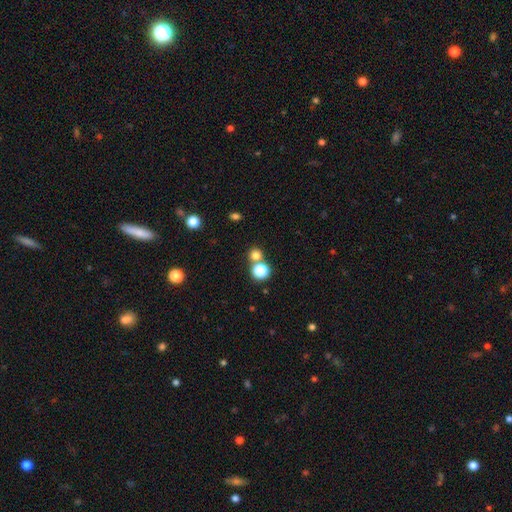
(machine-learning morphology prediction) smooth-or-featured: smooth: 74% | star or artifact: 19% | featured or disk: 7%
  how-rounded: round: 88% | in between: 11% | cigar-shaped: 1%
  merging: none: 63% | merger: 28% | minor disturbance: 6% | major disturbance: 3%